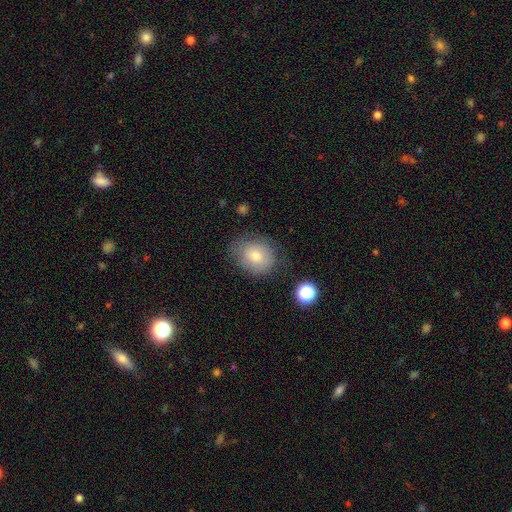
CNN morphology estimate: type=smooth (74%); roundness=round (53%); merging=none (72%).